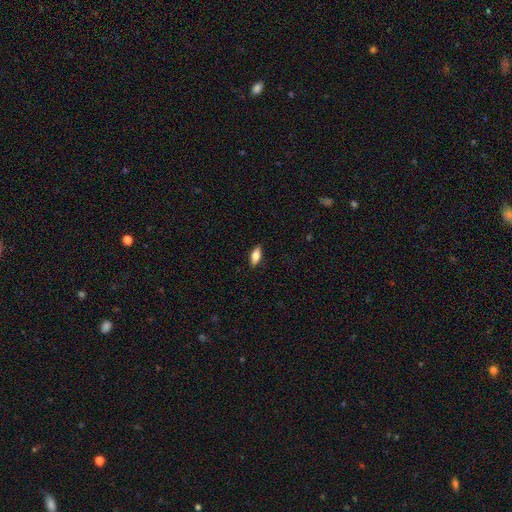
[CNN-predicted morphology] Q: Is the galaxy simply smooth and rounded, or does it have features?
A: smooth — 76%.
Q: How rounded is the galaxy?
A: in between — 82%.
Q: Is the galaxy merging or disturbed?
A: none — 87%.